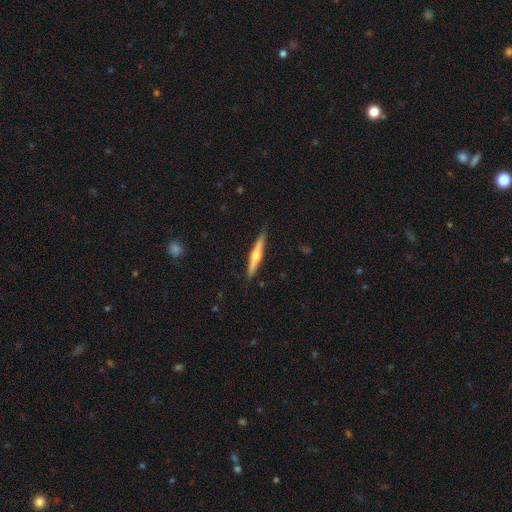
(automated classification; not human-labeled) A featured or disk galaxy (61%) viewed edge-on (97%) with a rounded central bulge (91%).

Vote fractions:
- Smooth or featured? featured or disk: 61% / smooth: 34% / star or artifact: 5%
- Edge-on disk? yes: 97% / no: 3%
- Edge-on bulge? rounded: 91% / none: 6% / boxy: 3%
- Merging? none: 87% / minor disturbance: 10% / major disturbance: 2% / merger: 1%